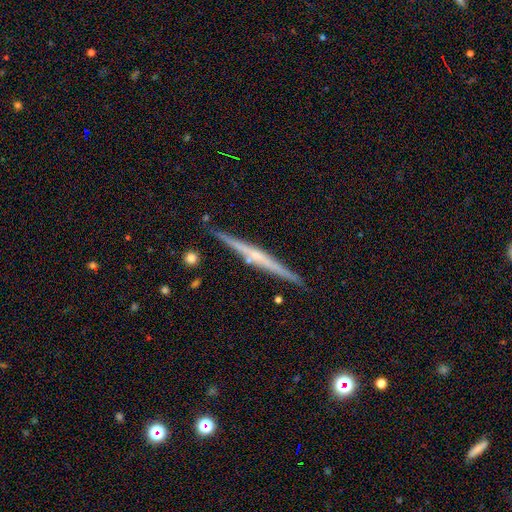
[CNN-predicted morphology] Overall: featured or disk (75%). Edge-on disk: yes (98%). Edge-on bulge: rounded (52%; none 38%). Merging: none (89%).